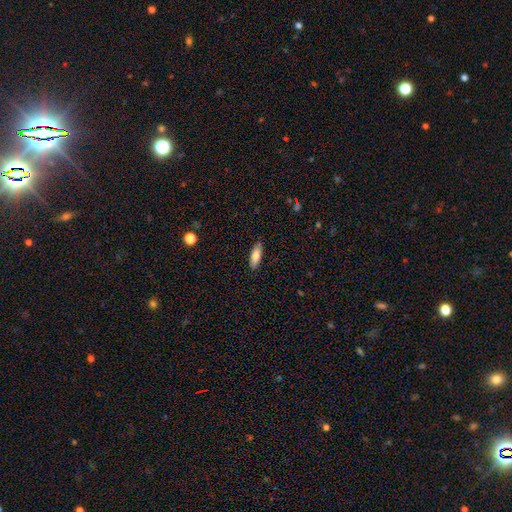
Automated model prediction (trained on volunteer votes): Q: Smooth or featured?
A: smooth (75%); runner-up: featured or disk (19%)
Q: How rounded?
A: in between (60%); runner-up: cigar-shaped (38%)
Q: Merging?
A: none (87%); runner-up: minor disturbance (10%)